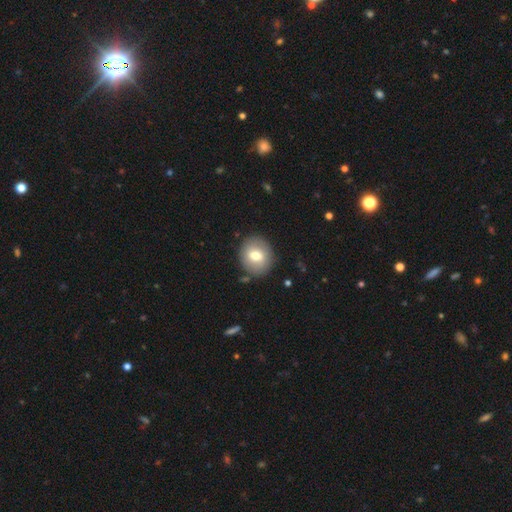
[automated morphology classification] Smooth or featured? Predicted: smooth (p=0.71). How rounded? Predicted: round (p=0.75). Merging? Predicted: none (p=0.85).